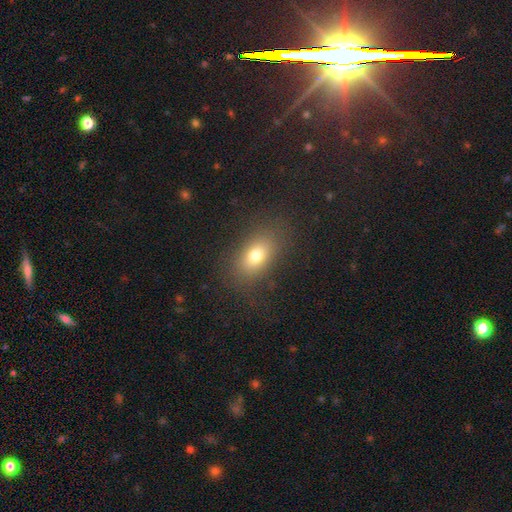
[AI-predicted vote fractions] smooth_or_featured: smooth (p=0.74) [alt: featured or disk p=0.13]
how_rounded: in between (p=0.81) [alt: round p=0.14]
merging: none (p=0.83) [alt: minor disturbance p=0.10]